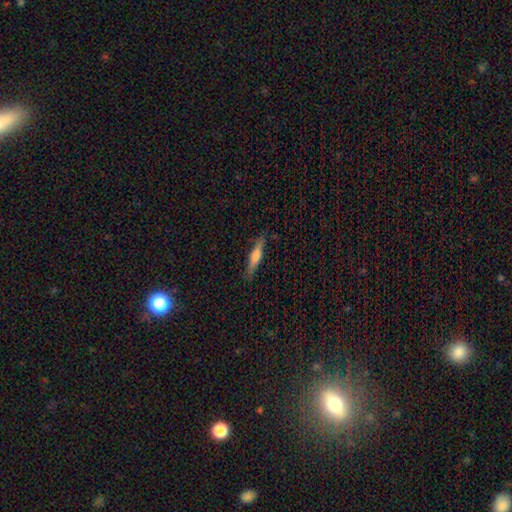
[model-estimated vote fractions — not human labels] This is possibly a smooth galaxy (47%). Merging: clearly none (88%).